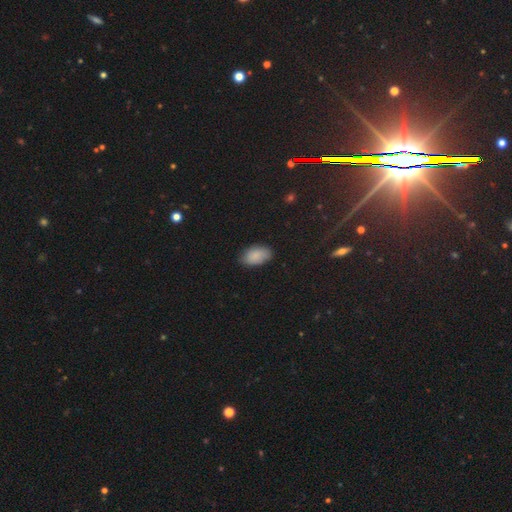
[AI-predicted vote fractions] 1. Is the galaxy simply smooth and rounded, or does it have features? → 86% smooth, 7% star or artifact, 7% featured or disk.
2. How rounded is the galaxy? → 93% in between, 5% round, 2% cigar-shaped.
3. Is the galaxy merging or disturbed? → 79% none, 17% minor disturbance, 3% major disturbance, 1% merger.